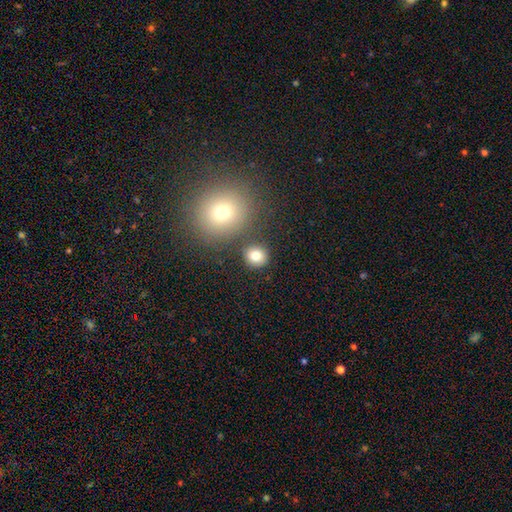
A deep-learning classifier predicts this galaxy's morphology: smooth-or-featured: smooth: 79% | star or artifact: 13% | featured or disk: 8%
  how-rounded: round: 88% | in between: 11% | cigar-shaped: 1%
  merging: none: 82% | merger: 8% | minor disturbance: 7% | major disturbance: 3%